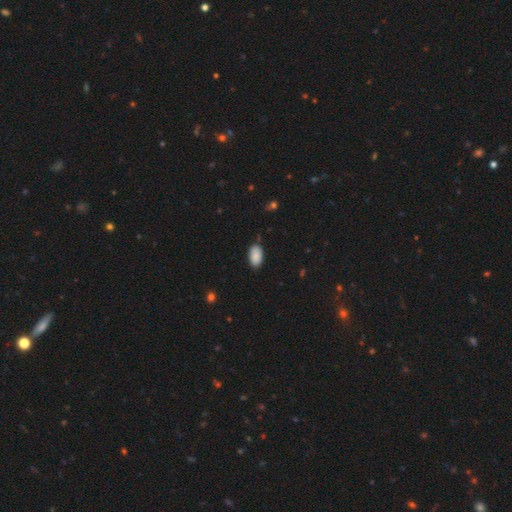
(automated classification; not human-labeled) The model was most divided on "merging": none: 83%, minor disturbance: 13%, major disturbance: 2%, merger: 1%. More confident: how rounded — in between (94%); smooth or featured — smooth (89%).